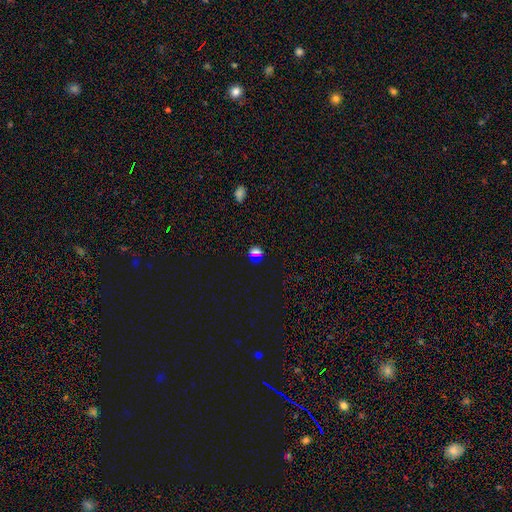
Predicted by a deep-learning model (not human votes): Smooth or featured? smooth (52%)
How rounded? round (79%)
Merging? none (83%)